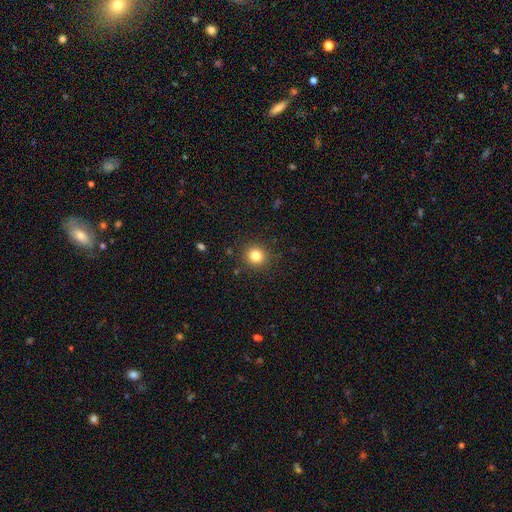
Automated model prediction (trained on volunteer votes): Morphology: type=smooth (82%); roundness=round (91%); merging=none (90%).